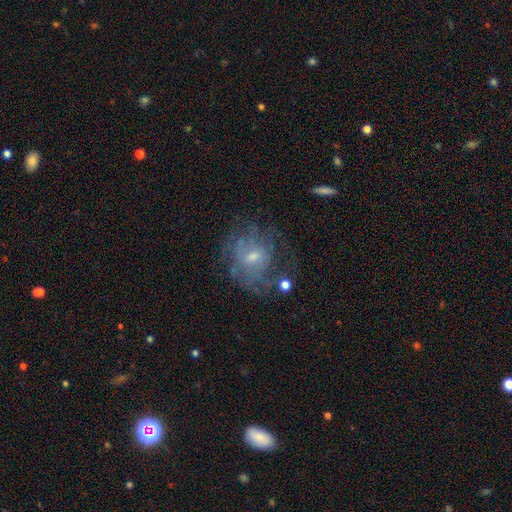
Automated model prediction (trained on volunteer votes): Smooth or featured? Predicted: featured or disk (p=0.57). Edge-on disk? Predicted: no (p=0.96). Bar? Predicted: no (p=0.63). Spiral arms? Predicted: yes (p=0.61). Bulge size? Predicted: small (p=0.53). Merging? Predicted: none (p=0.62).